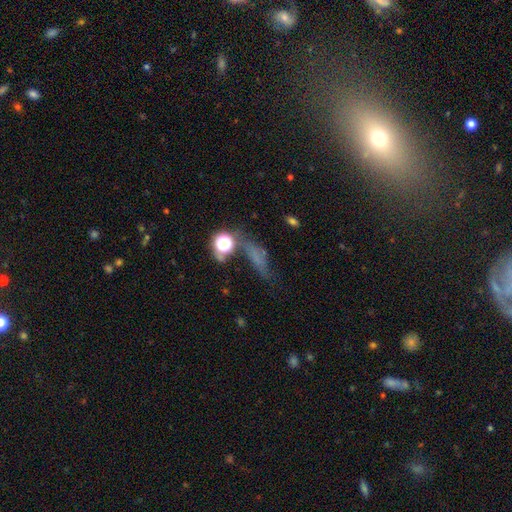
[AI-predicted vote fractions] A smooth galaxy with no disk features (42%). Merging: none (48%).